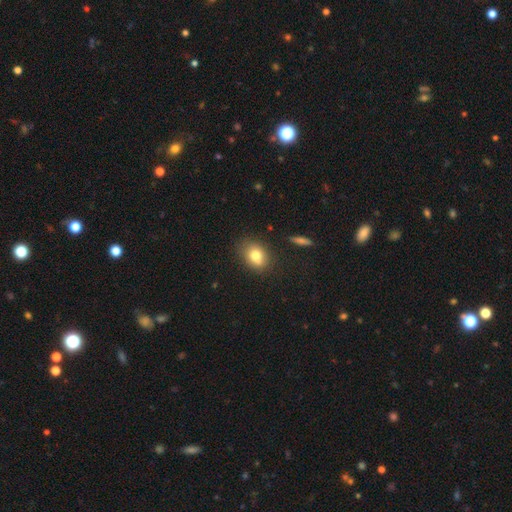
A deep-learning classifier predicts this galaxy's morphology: A smooth galaxy with no disk features (78%) that is in between round and cigar-shaped (62%). Merging: none (78%).